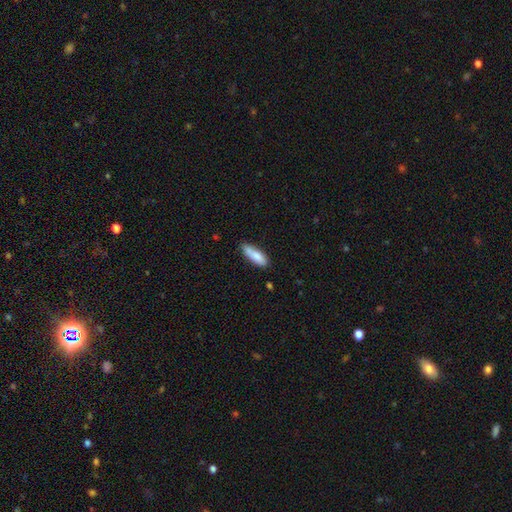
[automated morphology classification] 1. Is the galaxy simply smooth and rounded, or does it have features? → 82% smooth, 12% featured or disk, 6% star or artifact.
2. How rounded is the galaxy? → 49% cigar-shaped (tied), 49% in between (tied), 2% round.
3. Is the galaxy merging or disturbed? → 66% none, 24% minor disturbance, 5% merger, 4% major disturbance.